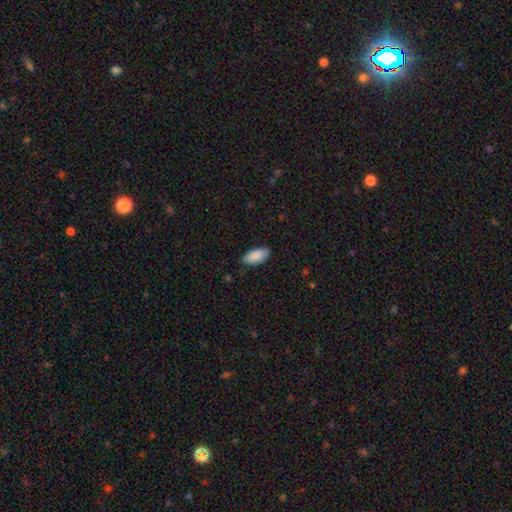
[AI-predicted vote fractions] Smooth or featured?
  - smooth: 89% *
  - star or artifact: 6%
  - featured or disk: 5%
How rounded?
  - in between: 91% *
  - cigar-shaped: 7%
  - round: 2%
Merging?
  - none: 82% *
  - minor disturbance: 15%
  - major disturbance: 2%
  - merger: 1%